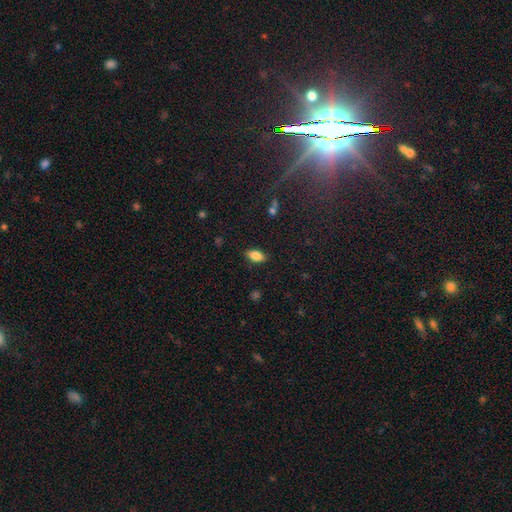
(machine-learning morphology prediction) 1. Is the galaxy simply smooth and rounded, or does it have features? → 84% smooth, 8% star or artifact, 7% featured or disk.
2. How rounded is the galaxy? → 91% in between, 5% round, 4% cigar-shaped.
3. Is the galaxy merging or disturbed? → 86% none, 10% minor disturbance, 3% major disturbance, 1% merger.